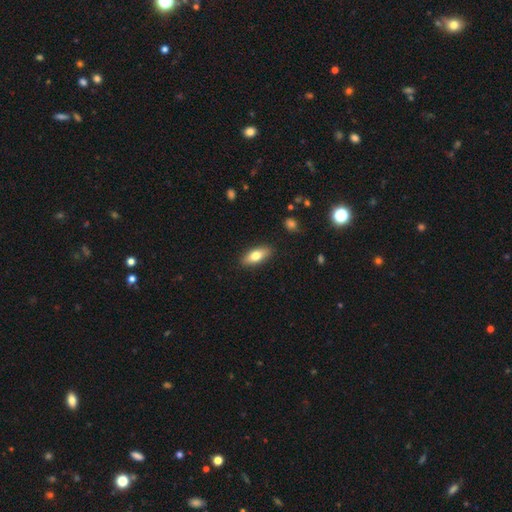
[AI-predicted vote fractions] Q: Smooth or featured?
A: smooth (72%); runner-up: featured or disk (22%)
Q: How rounded?
A: in between (75%); runner-up: cigar-shaped (21%)
Q: Merging?
A: none (88%); runner-up: minor disturbance (9%)